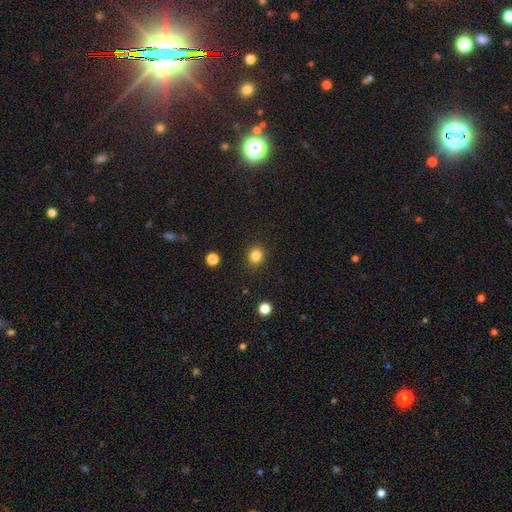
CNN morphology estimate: smooth_or_featured: smooth (p=0.83) [alt: star or artifact p=0.12]
how_rounded: round (p=0.76) [alt: in between p=0.23]
merging: none (p=0.89) [alt: minor disturbance p=0.07]